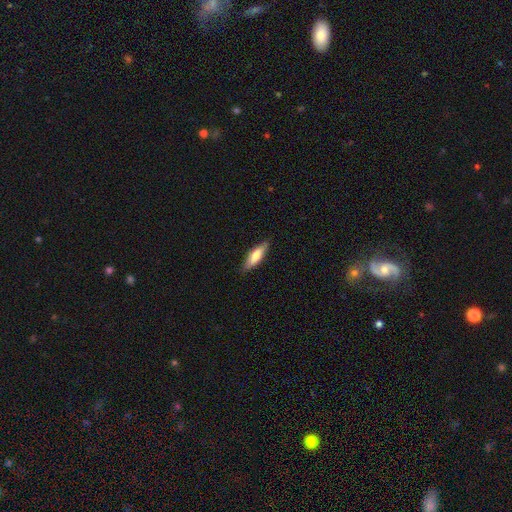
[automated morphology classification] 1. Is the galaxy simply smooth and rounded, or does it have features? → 72% smooth, 22% featured or disk, 6% star or artifact.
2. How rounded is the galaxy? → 57% cigar-shaped, 42% in between, 2% round.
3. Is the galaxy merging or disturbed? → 85% none, 12% minor disturbance, 2% major disturbance, 1% merger.